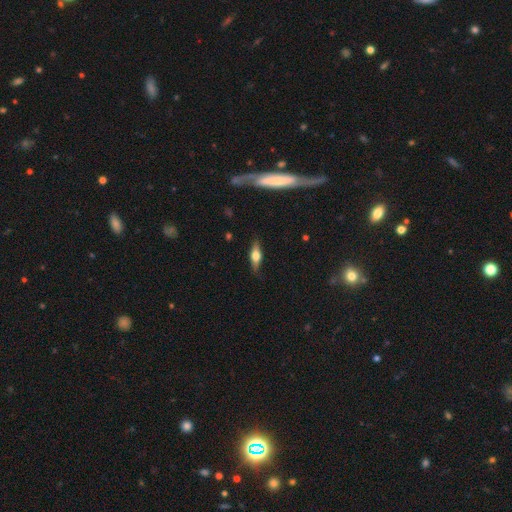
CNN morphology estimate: Smooth or featured? Predicted: featured or disk (p=0.51). Edge-on disk? Predicted: yes (p=0.91). Merging? Predicted: none (p=0.83).